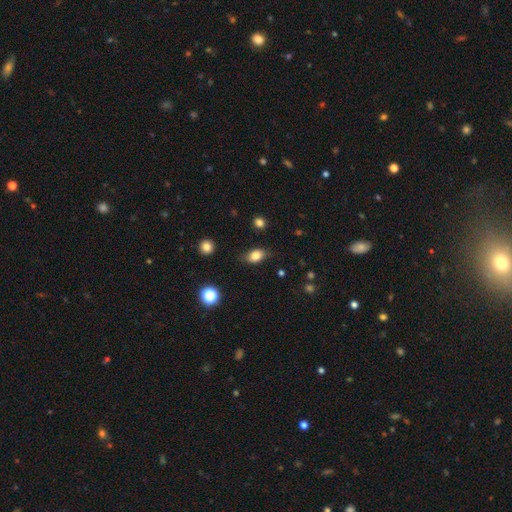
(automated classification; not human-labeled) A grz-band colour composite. It shows a smooth galaxy with no disk features (81%) that is in between round and cigar-shaped (80%). Merging: none (77%).